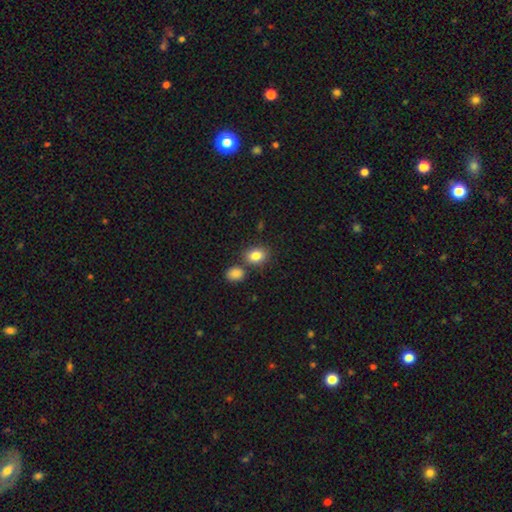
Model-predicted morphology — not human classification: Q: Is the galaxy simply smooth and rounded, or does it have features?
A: smooth — 84%.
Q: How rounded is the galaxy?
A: in between — 62%.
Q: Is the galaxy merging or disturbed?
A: none — 67%.